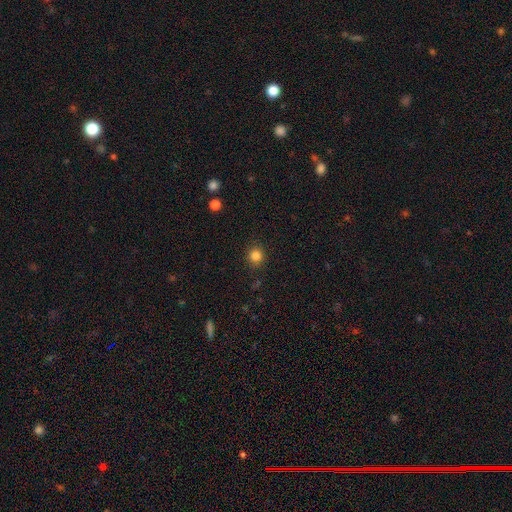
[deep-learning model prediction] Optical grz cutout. It shows a smooth galaxy with no disk features (84%) that is round (90%). Merging: none (90%).